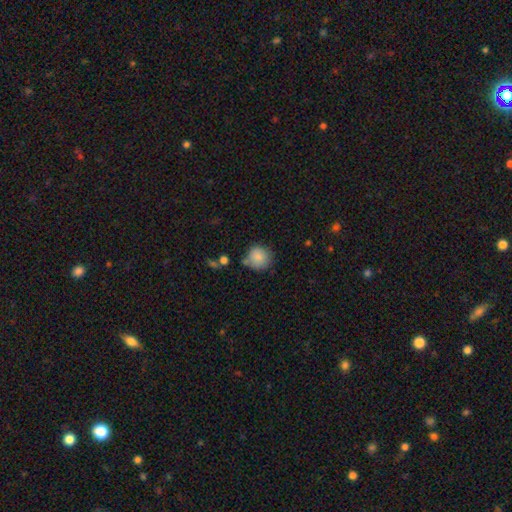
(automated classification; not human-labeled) A smooth galaxy with no disk features (86%) that is round (89%). Merging: none (73%).